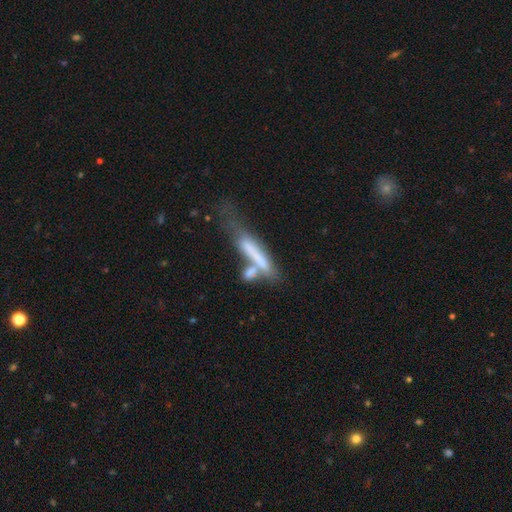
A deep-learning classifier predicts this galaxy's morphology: Smooth or featured? smooth (55%)
How rounded? cigar-shaped (85%)
Merging? merger (40%)